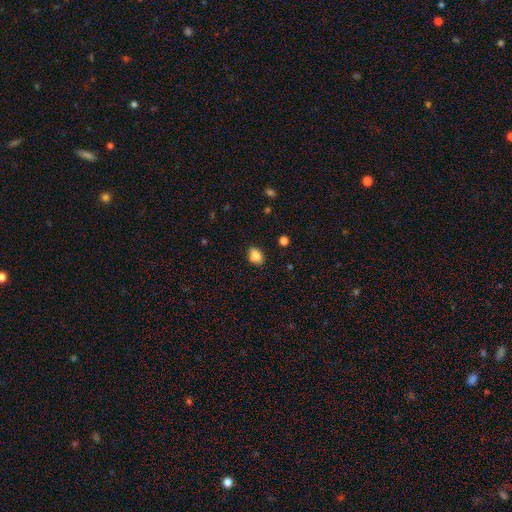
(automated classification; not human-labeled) A smooth galaxy with no disk features (84%) that is in between round and cigar-shaped (76%). Merging: none (77%).